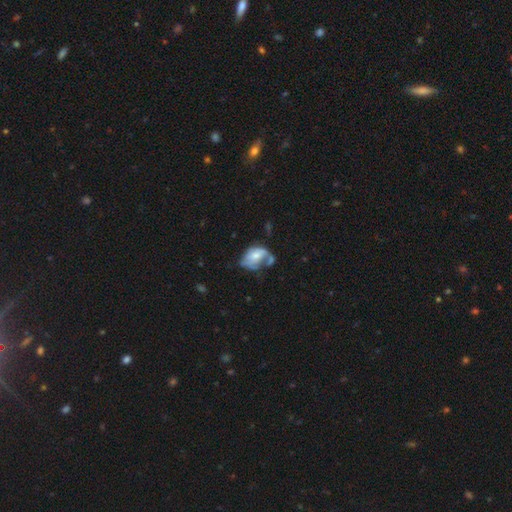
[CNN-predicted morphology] Smooth or featured?
  - smooth: 47% *
  - featured or disk: 45%
  - star or artifact: 8%
Merging?
  - major disturbance: 30% *
  - minor disturbance: 25%
  - merger: 23%
  - none: 22%